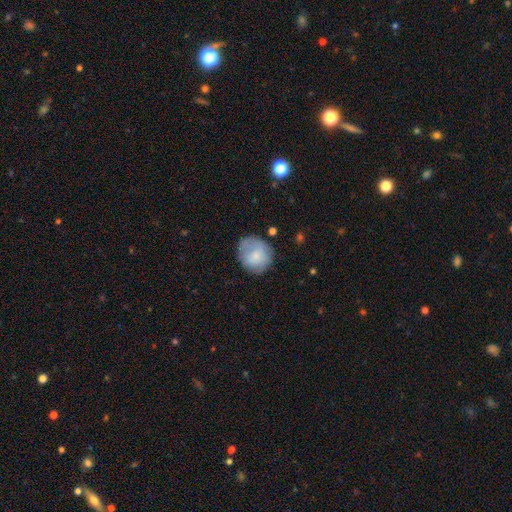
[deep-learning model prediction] smooth 76%, featured or disk 17%, star or artifact 7%. Down the decision tree: how rounded — round (77%); merging — none (66%).